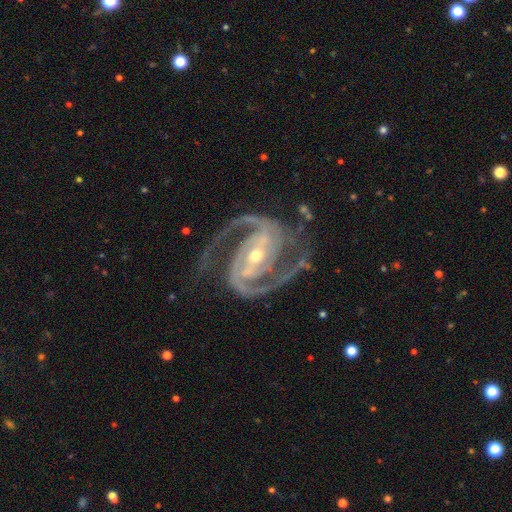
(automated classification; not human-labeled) Morphology: type=featured or disk (94%); edge-on=no (98%); bar=strong (54%); spiral arms=yes (99%); winding=medium (56%); arm count=2 (86%); bulge=small (50%); merging=none (73%).